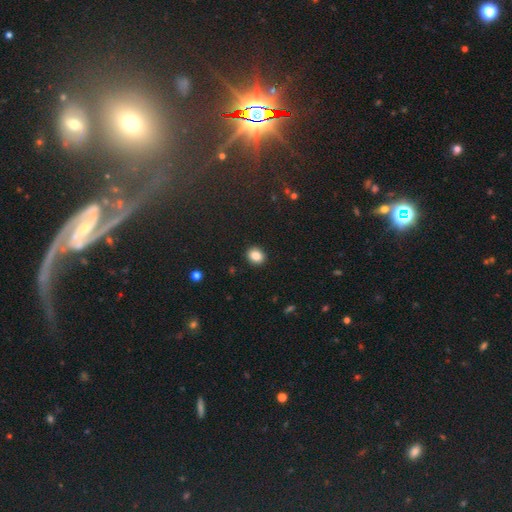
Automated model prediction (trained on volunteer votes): Overall: smooth (86%). How rounded: round (56%; in between 43%). Merging: none (91%).